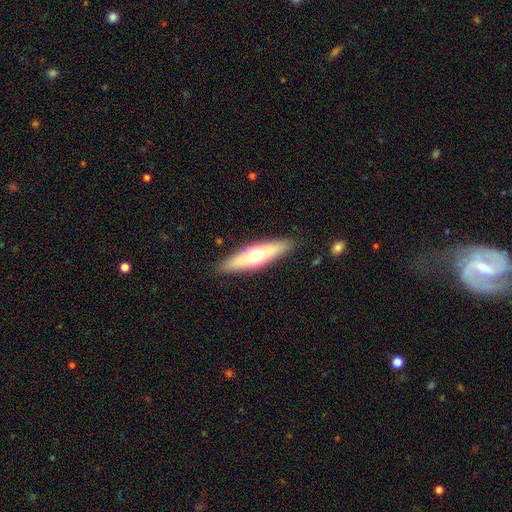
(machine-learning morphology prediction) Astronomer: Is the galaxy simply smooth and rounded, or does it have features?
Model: smooth — 48% (runner-up: featured or disk, 46%).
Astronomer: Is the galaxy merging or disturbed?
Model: none — 88%.